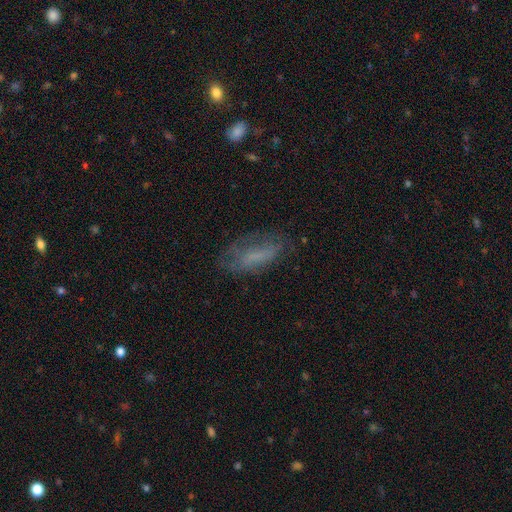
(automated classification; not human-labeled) Smooth or featured? smooth (57%)
How rounded? in between (70%)
Merging? none (58%)